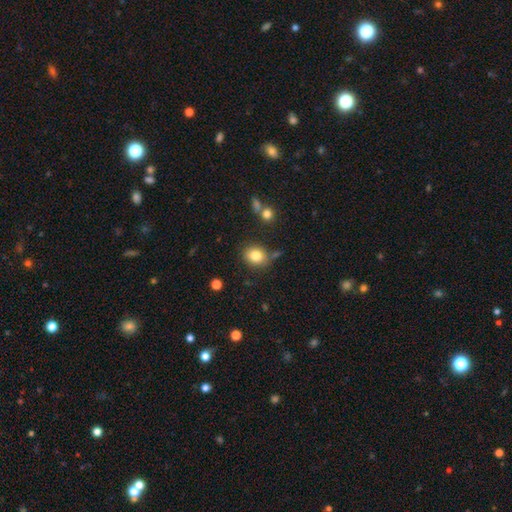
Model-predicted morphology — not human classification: A smooth galaxy with no disk features (82%) that is round (60%). Merging: none (79%).